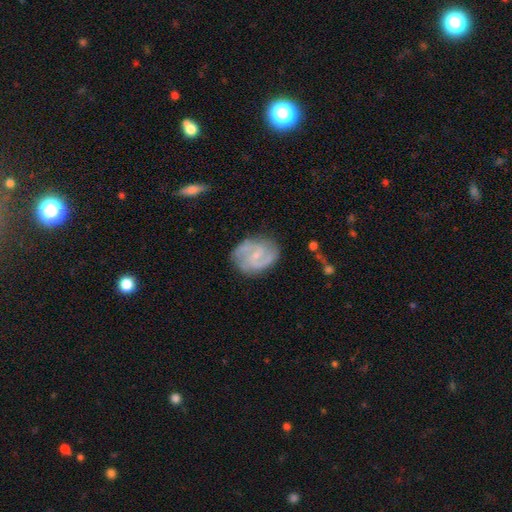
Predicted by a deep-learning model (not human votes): Q: Smooth or featured?
A: featured or disk (80%); runner-up: smooth (15%)
Q: Edge-on disk?
A: no (98%); runner-up: yes (2%)
Q: Bar?
A: weak (49%); runner-up: no (40%)
Q: Spiral arms?
A: yes (94%); runner-up: no (6%)
Q: Spiral winding?
A: medium (51%); runner-up: tight (26%)
Q: Spiral arm count?
A: 2 (77%); runner-up: can't tell (10%)
Q: Bulge size?
A: small (72%); runner-up: moderate (18%)
Q: Merging?
A: none (75%); runner-up: minor disturbance (18%)